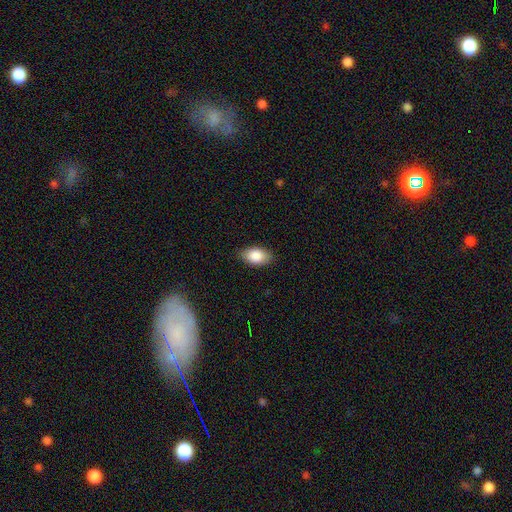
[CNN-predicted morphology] A smooth galaxy with no disk features (87%) that is in between round and cigar-shaped (92%).

Vote fractions:
- Smooth or featured? smooth: 87% / star or artifact: 7% / featured or disk: 6%
- How rounded? in between: 92% / round: 6% / cigar-shaped: 2%
- Merging? none: 85% / minor disturbance: 11% / major disturbance: 2% / merger: 1%